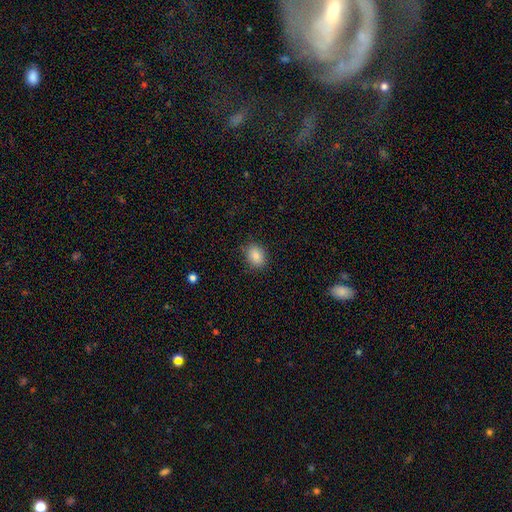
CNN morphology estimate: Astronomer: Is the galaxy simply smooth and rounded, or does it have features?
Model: smooth — 86%.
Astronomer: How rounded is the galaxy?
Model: in between — 62%.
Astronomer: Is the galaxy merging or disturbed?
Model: none — 86%.